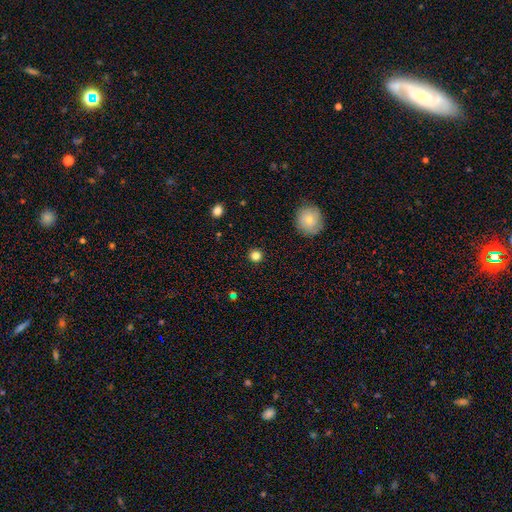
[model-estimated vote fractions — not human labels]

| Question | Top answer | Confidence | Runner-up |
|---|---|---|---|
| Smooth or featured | smooth | 83% | star or artifact (12%) |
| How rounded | round | 93% | in between (6%) |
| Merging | none | 91% | minor disturbance (6%) |